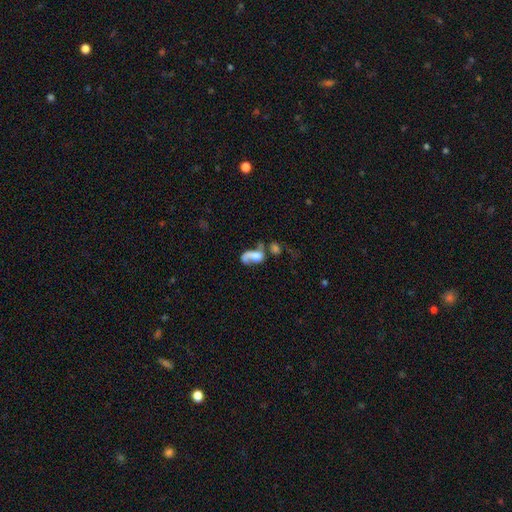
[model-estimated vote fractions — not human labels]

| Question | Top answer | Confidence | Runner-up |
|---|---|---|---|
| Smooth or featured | featured or disk | 51% | smooth (38%) |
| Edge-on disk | no | 96% | yes (4%) |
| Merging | merger | 48% | major disturbance (26%) |